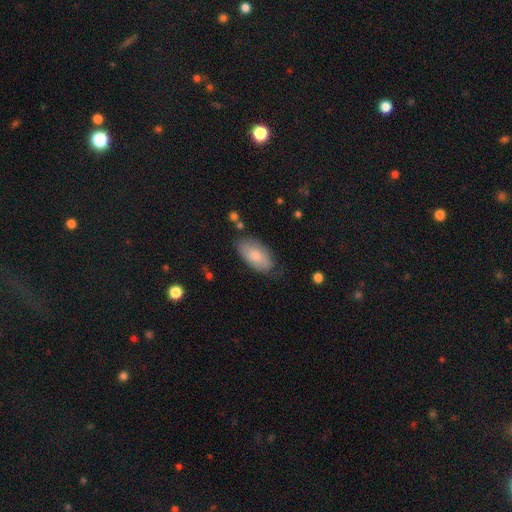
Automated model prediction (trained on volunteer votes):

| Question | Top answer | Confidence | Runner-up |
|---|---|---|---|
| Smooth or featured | smooth | 78% | featured or disk (16%) |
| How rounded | in between | 93% | cigar-shaped (4%) |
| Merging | none | 72% | minor disturbance (21%) |